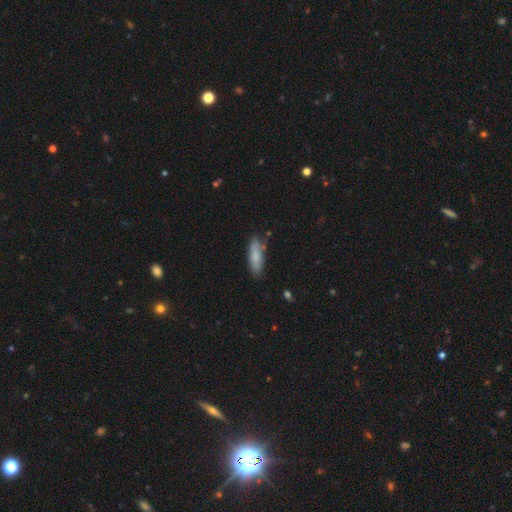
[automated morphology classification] Smooth or featured? Predicted: smooth (p=0.82). How rounded? Predicted: in between (p=0.50). Merging? Predicted: none (p=0.78).